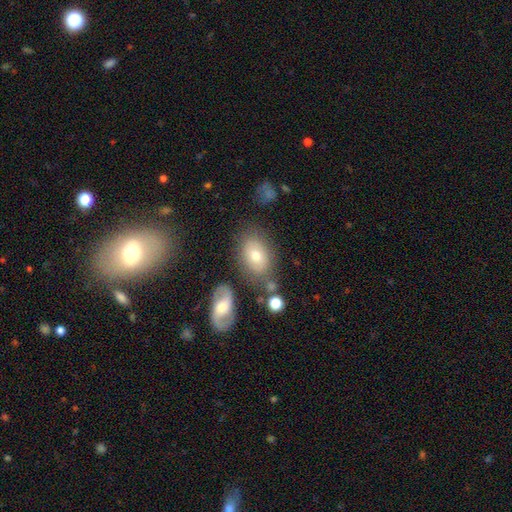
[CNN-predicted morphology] type=smooth (66%); roundness=in between (79%); merging=none (67%).